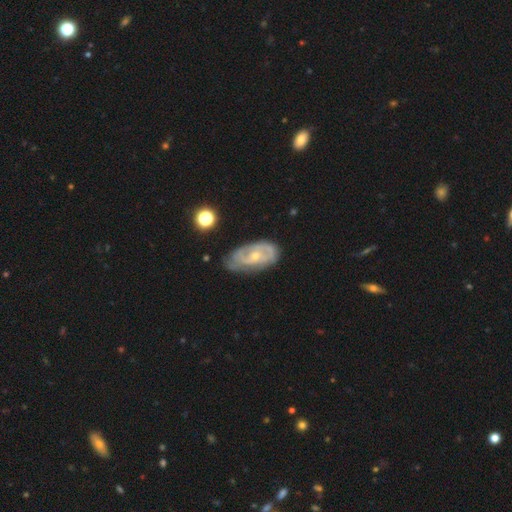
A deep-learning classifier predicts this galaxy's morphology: A featured or disk galaxy (78%) with no bar (62%), 2 (47%) tight (53%) spiral arms (82%) and a small central bulge (56%). Merging: none (58%).